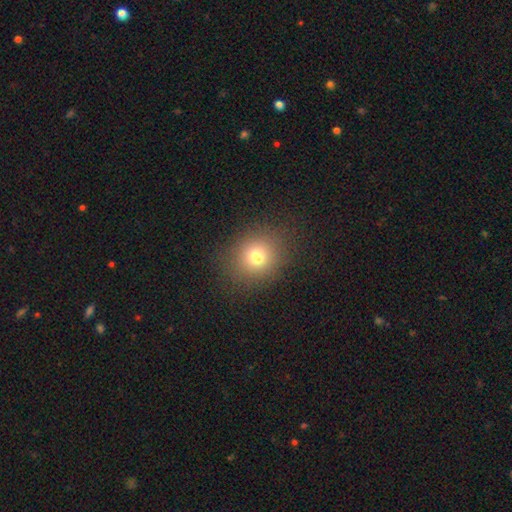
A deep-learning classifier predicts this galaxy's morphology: Overall: smooth (76%). How rounded: round (74%). Merging: none (87%).